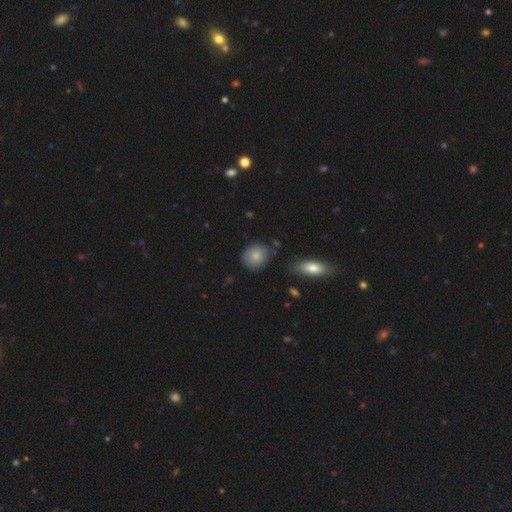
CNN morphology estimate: This appears to be a smooth galaxy with no disk features (83%) that is round (75%). Merging: none (74%).